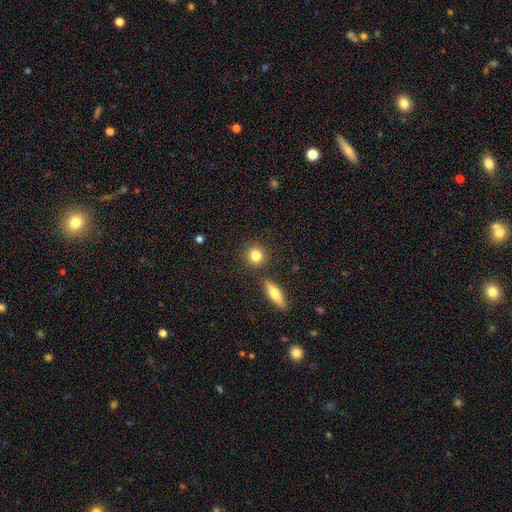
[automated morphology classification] Smooth or featured?
  - smooth: 83% *
  - star or artifact: 9%
  - featured or disk: 8%
How rounded?
  - round: 85% *
  - in between: 12%
  - cigar-shaped: 2%
Merging?
  - none: 85% *
  - minor disturbance: 7%
  - merger: 6%
  - major disturbance: 2%